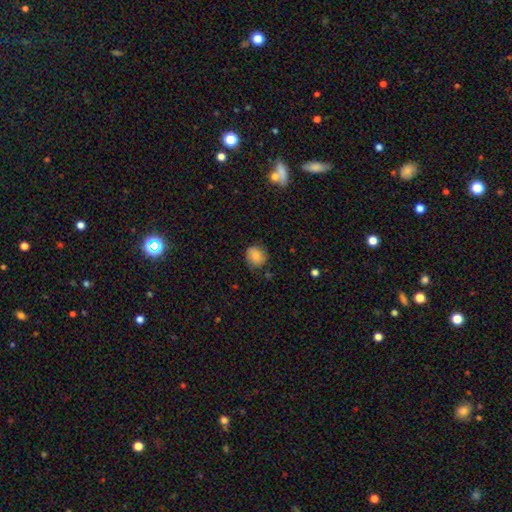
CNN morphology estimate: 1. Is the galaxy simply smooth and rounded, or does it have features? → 79% smooth, 12% featured or disk, 9% star or artifact.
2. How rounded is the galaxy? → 80% round, 19% in between, 1% cigar-shaped.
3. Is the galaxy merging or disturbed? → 76% none, 19% minor disturbance, 4% major disturbance, 1% merger.